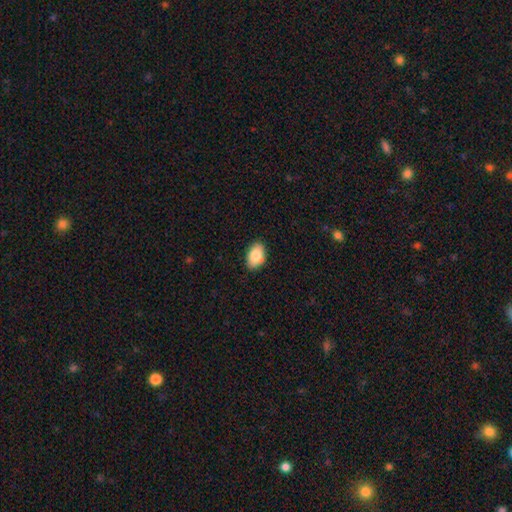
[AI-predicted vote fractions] The model was most divided on "merging": none: 84%, minor disturbance: 13%, major disturbance: 2%, merger: 1%. More confident: how rounded — in between (89%); smooth or featured — smooth (82%).